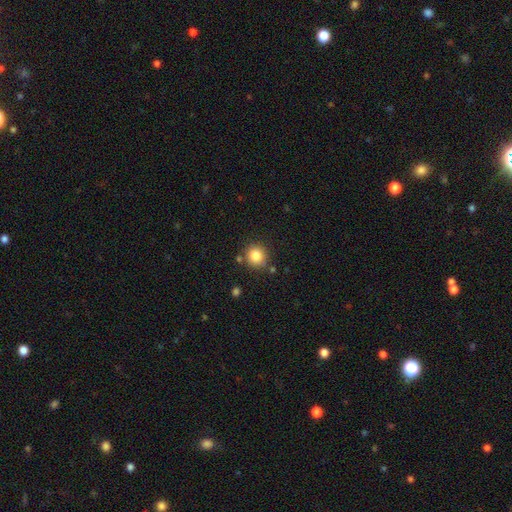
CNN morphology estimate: The model was most divided on "smooth or featured": smooth: 83%, star or artifact: 10%, featured or disk: 6%. More confident: how rounded — round (90%); merging — none (83%).